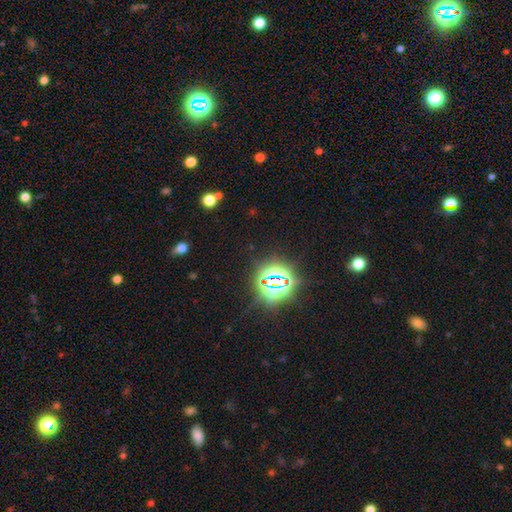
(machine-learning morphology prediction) A star or artifact, not a galaxy (78%).

Vote fractions:
- Smooth or featured? star or artifact: 78% / smooth: 14% / featured or disk: 8%